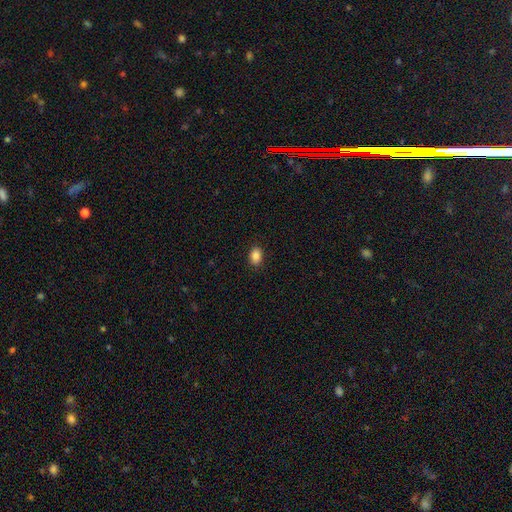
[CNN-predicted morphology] Smooth or featured?
  - smooth: 87% *
  - star or artifact: 9%
  - featured or disk: 3%
How rounded?
  - in between: 78% *
  - round: 21%
  - cigar-shaped: 1%
Merging?
  - none: 89% *
  - minor disturbance: 8%
  - major disturbance: 2%
  - merger: 1%